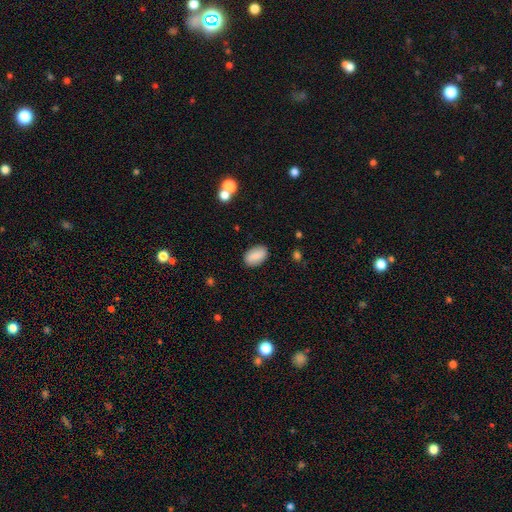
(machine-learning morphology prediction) This appears to be a smooth galaxy with no disk features (85%) that is in between round and cigar-shaped (92%). Merging: none (86%).